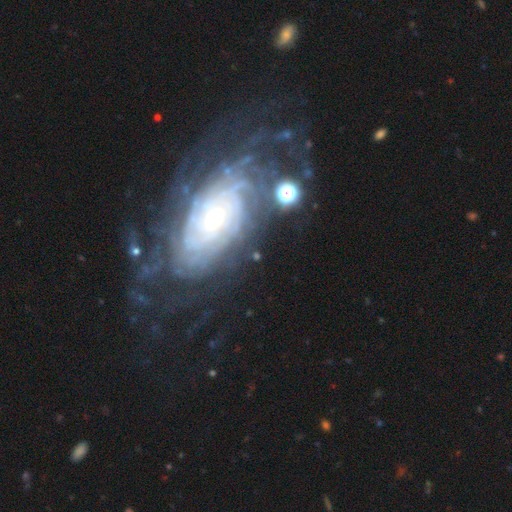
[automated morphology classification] featured or disk 81%, star or artifact 10%, smooth 9%. Down the decision tree: edge-on disk — no (95%); bar — no (67%); spiral arms — yes (95%); spiral arm count — can't tell (37%); spiral winding — tight (78%); bulge size — small (61%); merging — none (69%).